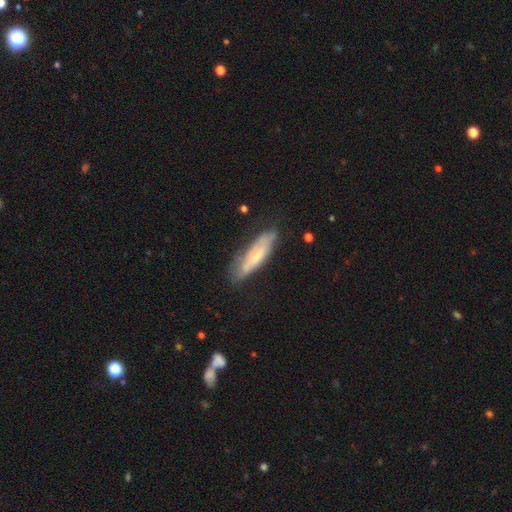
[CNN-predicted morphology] smooth-or-featured: smooth: 50% | featured or disk: 44% | star or artifact: 6%
  merging: none: 69% | minor disturbance: 23% | major disturbance: 6% | merger: 2%